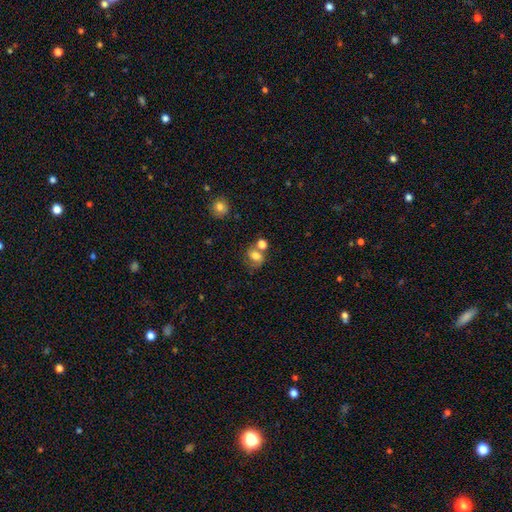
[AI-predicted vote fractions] smooth 68%, featured or disk 20%, star or artifact 11%. Down the decision tree: how rounded — round (55%); merging — none (46%).